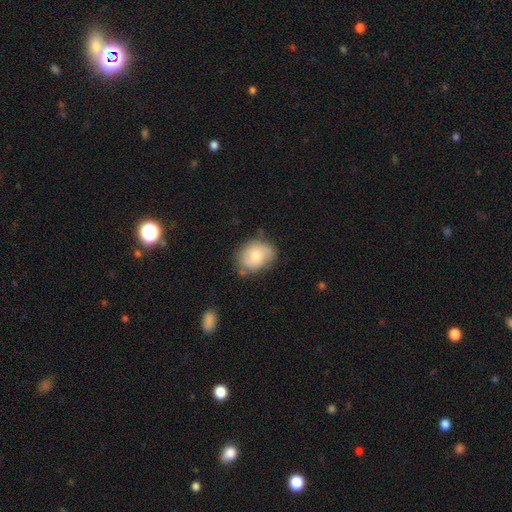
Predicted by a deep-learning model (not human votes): A smooth galaxy with no disk features (71%) that is in between round and cigar-shaped (58%). Merging: none (67%).